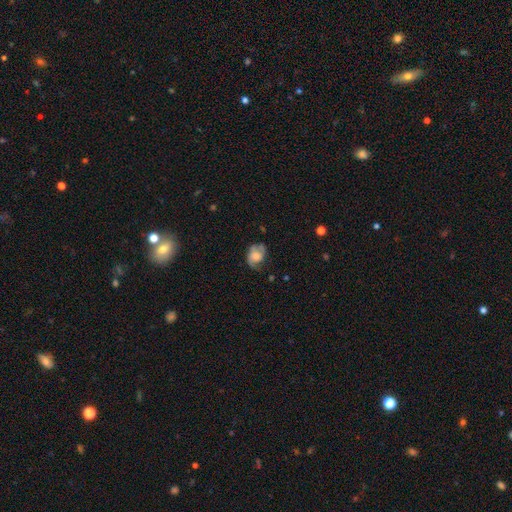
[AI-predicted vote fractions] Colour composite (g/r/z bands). It shows a featured or disk galaxy (47%). Merging: none (46%).